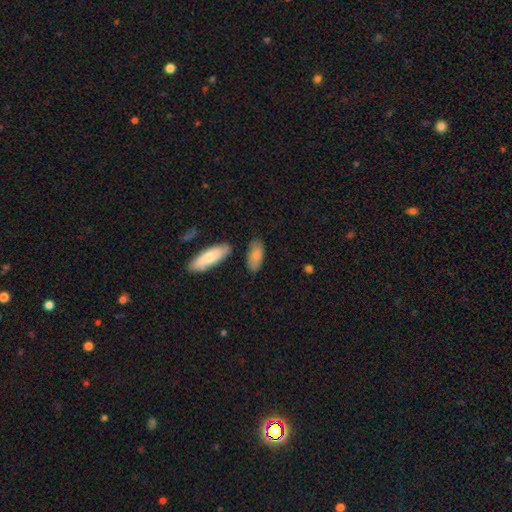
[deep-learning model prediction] Smooth or featured? smooth (81%)
How rounded? in between (85%)
Merging? none (73%)